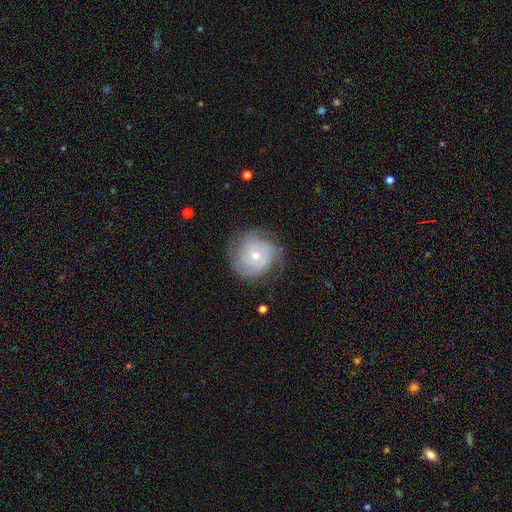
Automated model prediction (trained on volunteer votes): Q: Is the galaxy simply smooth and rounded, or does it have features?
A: featured or disk — 79%.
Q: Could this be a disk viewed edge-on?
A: no — 97%.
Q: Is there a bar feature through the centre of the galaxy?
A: no — 75%.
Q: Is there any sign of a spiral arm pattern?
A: yes — 93%.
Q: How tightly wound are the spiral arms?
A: tight — 73%.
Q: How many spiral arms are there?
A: can't tell — 33%.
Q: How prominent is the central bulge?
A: small — 50%.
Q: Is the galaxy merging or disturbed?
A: none — 77%.